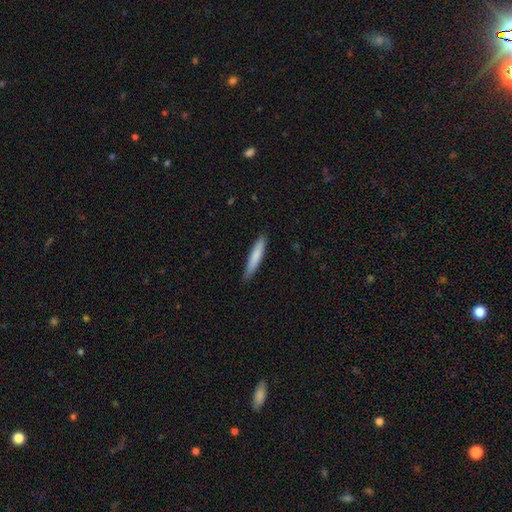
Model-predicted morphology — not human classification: Smooth or featured: smooth — 79% (featured or disk — 16%)
How rounded: cigar-shaped — 92% (in between — 7%)
Merging: none — 86% (minor disturbance — 11%)